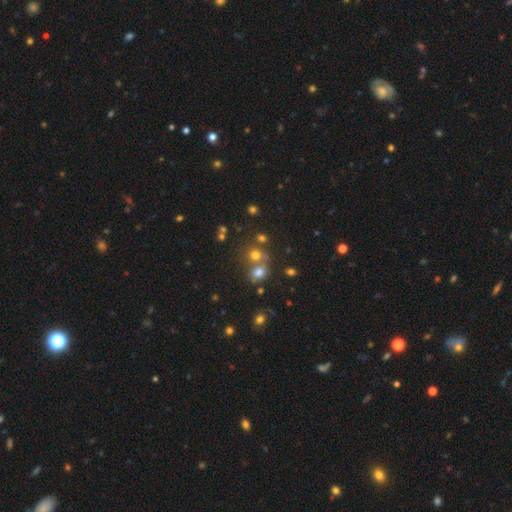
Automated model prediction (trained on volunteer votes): Morphology: type=smooth (63%); roundness=round (74%); merging=none (47%).